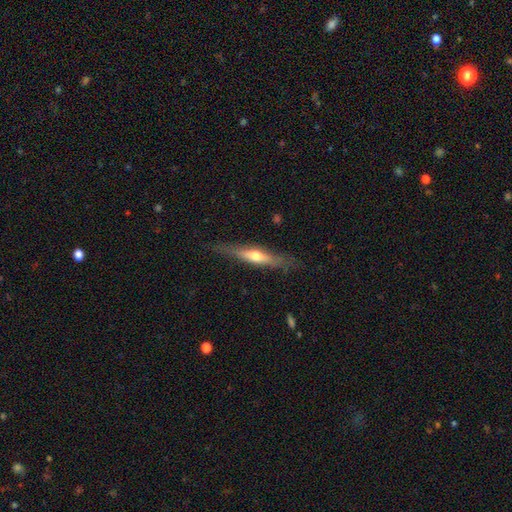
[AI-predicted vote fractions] A featured or disk galaxy (55%) viewed edge-on (90%). Merging: none (79%).